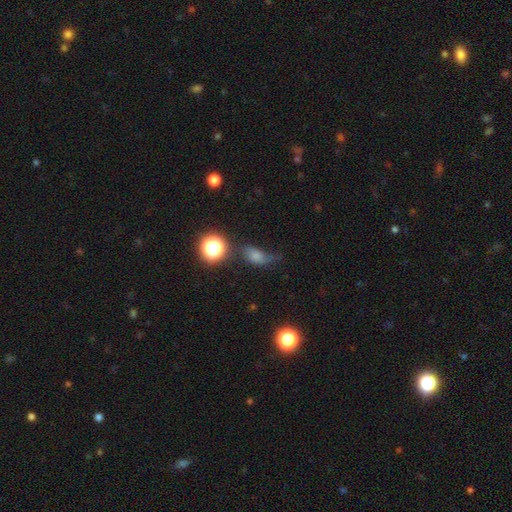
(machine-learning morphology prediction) smooth-or-featured: smooth: 57% | star or artifact: 23% | featured or disk: 20%
  how-rounded: in between: 64% | round: 29% | cigar-shaped: 6%
  merging: none: 35% | minor disturbance: 31% | major disturbance: 28% | merger: 6%